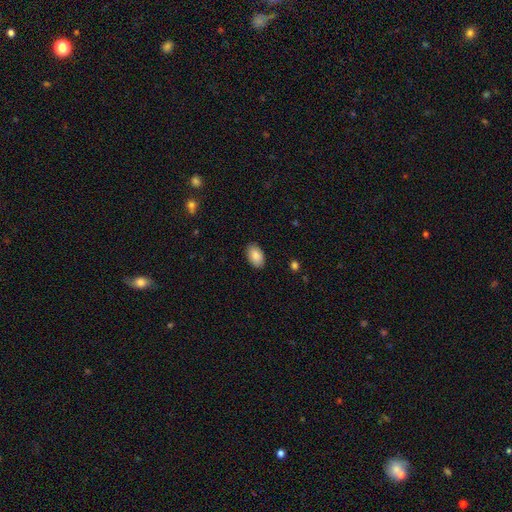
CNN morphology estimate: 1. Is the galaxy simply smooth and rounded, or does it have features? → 88% smooth, 7% star or artifact, 5% featured or disk.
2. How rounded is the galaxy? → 93% in between, 6% round, 1% cigar-shaped.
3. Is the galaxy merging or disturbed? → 88% none, 9% minor disturbance, 2% major disturbance, 1% merger.